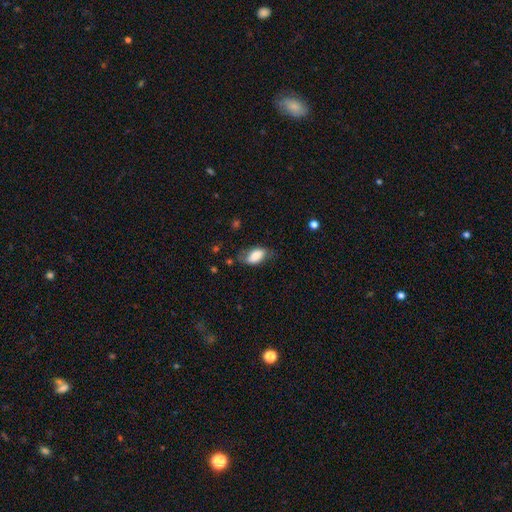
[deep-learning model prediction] This appears to be a smooth galaxy with no disk features (73%) that is in between round and cigar-shaped (90%). Merging: none (58%).